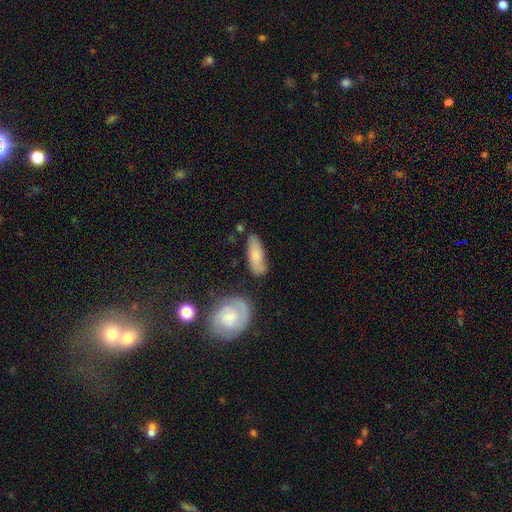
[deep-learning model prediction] smooth 71%, featured or disk 23%, star or artifact 7%. Down the decision tree: how rounded — in between (63%); merging — none (65%).